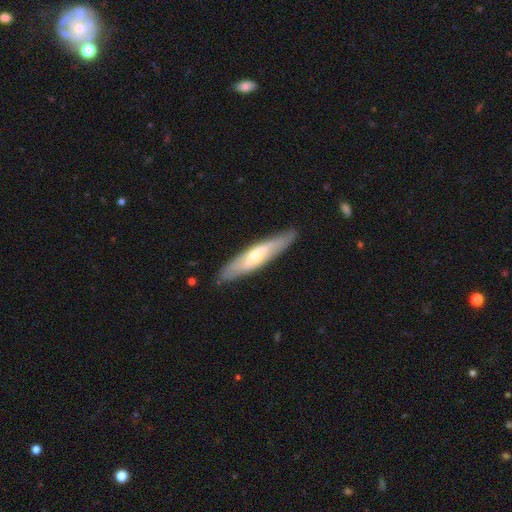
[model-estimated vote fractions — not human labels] Smooth or featured? featured or disk (56%)
Edge-on disk? yes (64%)
Merging? none (86%)